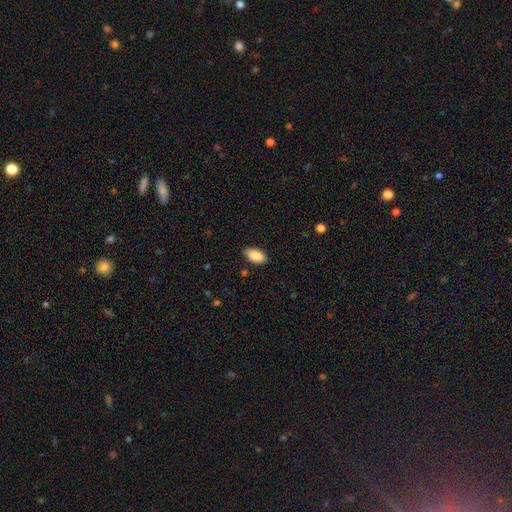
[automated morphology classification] Smooth or featured?
  - smooth: 89% *
  - star or artifact: 7%
  - featured or disk: 4%
How rounded?
  - in between: 94% *
  - cigar-shaped: 3%
  - round: 3%
Merging?
  - none: 85% *
  - minor disturbance: 12%
  - major disturbance: 2%
  - merger: 1%